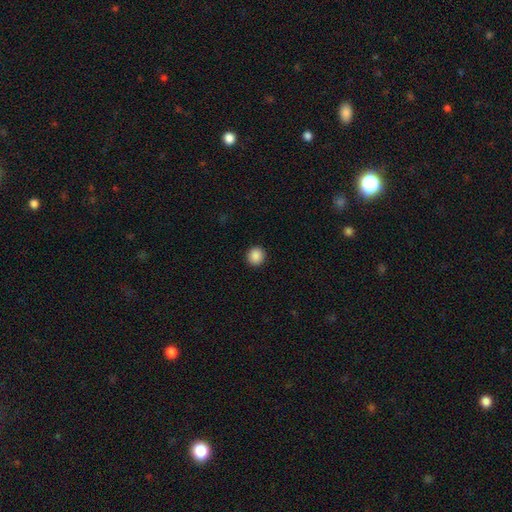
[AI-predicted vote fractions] This is clearly a smooth galaxy (89%). How rounded: clearly round (91%). Merging: clearly none (92%).